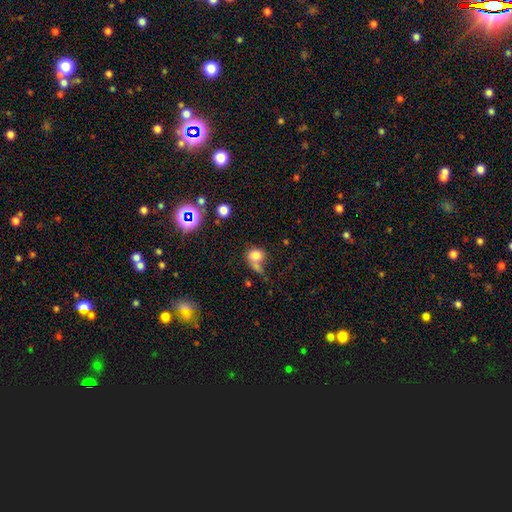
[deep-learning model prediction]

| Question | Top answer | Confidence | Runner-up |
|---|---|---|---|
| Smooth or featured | smooth | 76% | featured or disk (12%) |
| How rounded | round | 67% | in between (32%) |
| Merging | none | 37% | merger (31%) |